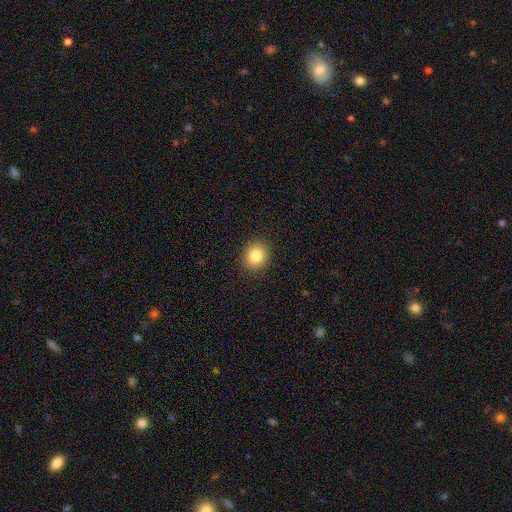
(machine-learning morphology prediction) A smooth galaxy with no disk features (84%) that is round (75%). Merging: none (90%).